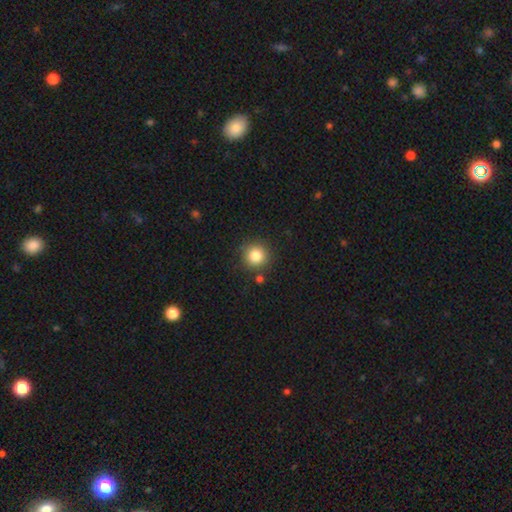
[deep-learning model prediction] Overall: smooth (83%). How rounded: round (94%). Merging: none (85%).